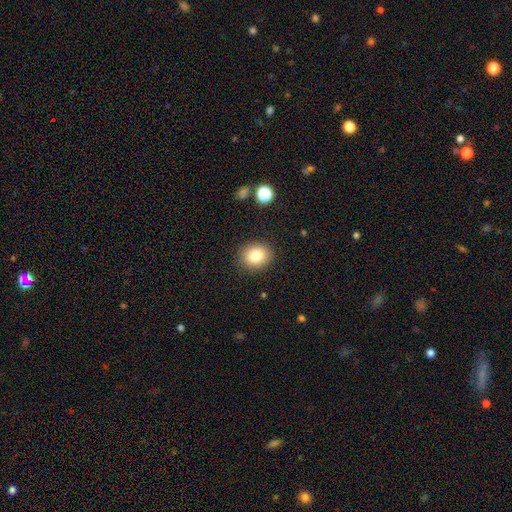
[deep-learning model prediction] Smooth or featured: smooth — 82% (star or artifact — 10%)
How rounded: round — 63% (in between — 36%)
Merging: none — 88% (minor disturbance — 8%)